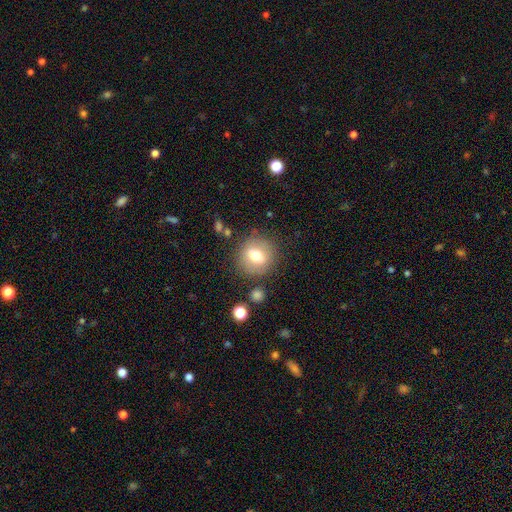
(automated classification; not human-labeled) This appears to be a smooth galaxy with no disk features (66%) that is round (87%). Merging: none (82%).